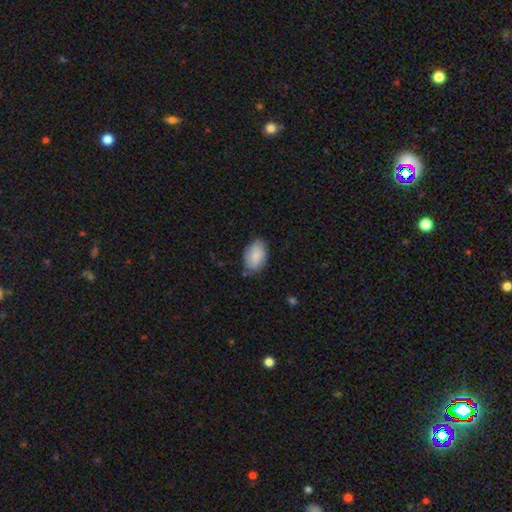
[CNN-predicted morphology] The model was most divided on "merging": none: 75%, minor disturbance: 20%, major disturbance: 4%, merger: 2%. More confident: how rounded — in between (91%); smooth or featured — smooth (84%).